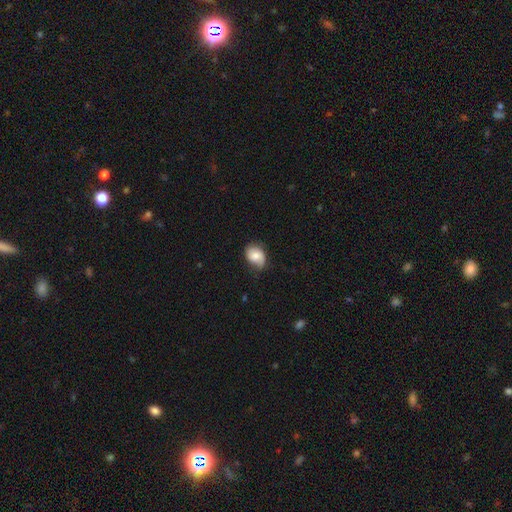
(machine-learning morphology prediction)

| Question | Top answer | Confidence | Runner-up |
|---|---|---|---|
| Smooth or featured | smooth | 67% | featured or disk (25%) |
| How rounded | in between | 69% | round (30%) |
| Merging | none | 57% | minor disturbance (32%) |